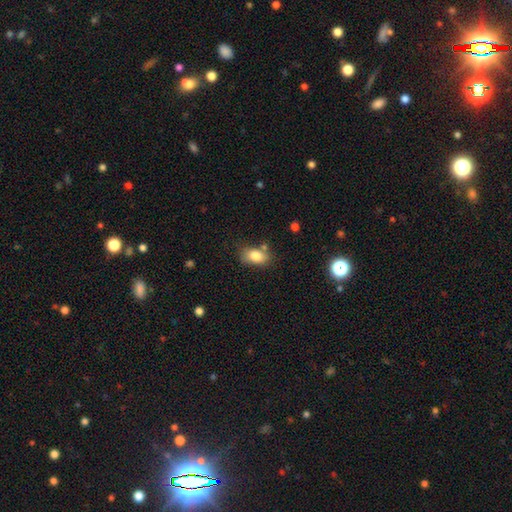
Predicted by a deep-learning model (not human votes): Smooth or featured?
  - smooth: 82% *
  - featured or disk: 9%
  - star or artifact: 8%
How rounded?
  - in between: 86% *
  - round: 11%
  - cigar-shaped: 2%
Merging?
  - none: 68% *
  - minor disturbance: 18%
  - merger: 9%
  - major disturbance: 5%